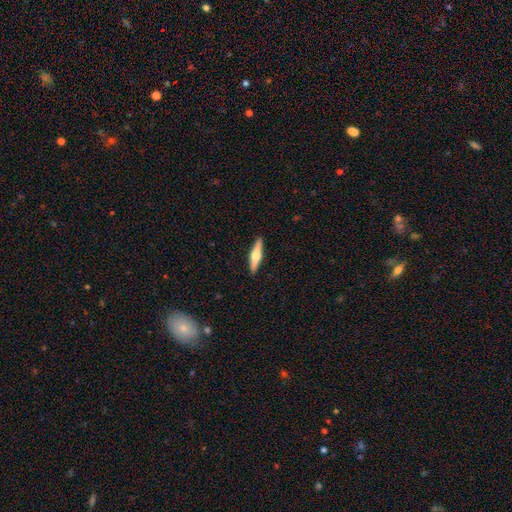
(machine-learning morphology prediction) This appears to be a featured or disk galaxy (53%) viewed edge-on (96%) with a rounded central bulge (93%). Merging: none (91%).